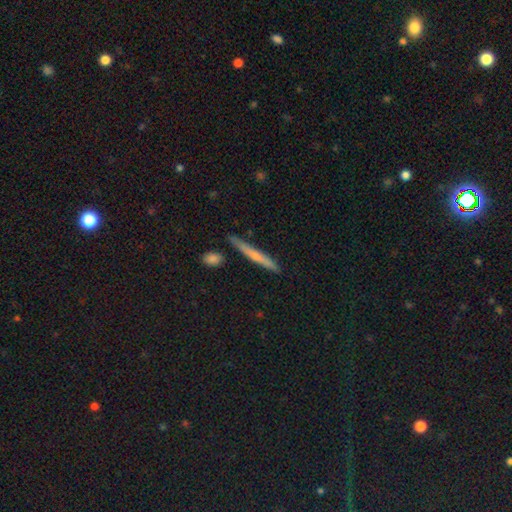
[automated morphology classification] smooth-or-featured: smooth: 53% | featured or disk: 40% | star or artifact: 7%
  how-rounded: cigar-shaped: 95% | in between: 3% | round: 2%
  merging: none: 83% | minor disturbance: 12% | merger: 3% | major disturbance: 2%